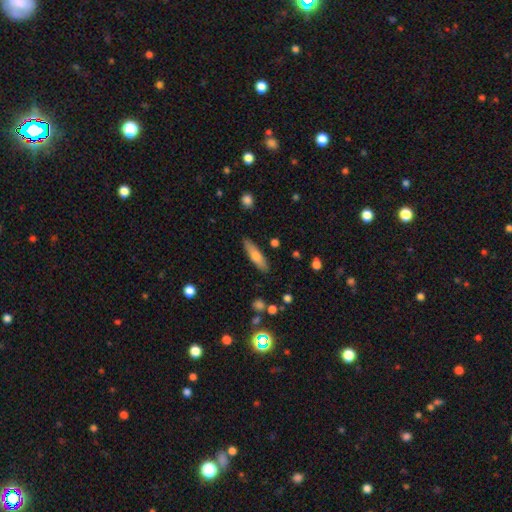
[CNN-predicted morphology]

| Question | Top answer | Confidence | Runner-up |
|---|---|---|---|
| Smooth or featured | smooth | 68% | featured or disk (25%) |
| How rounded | cigar-shaped | 70% | in between (28%) |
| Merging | none | 86% | minor disturbance (10%) |